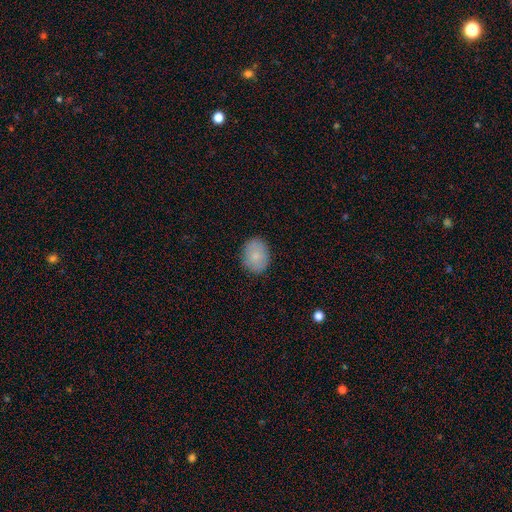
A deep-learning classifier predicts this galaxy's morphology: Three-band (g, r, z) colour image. It shows a smooth galaxy with no disk features (81%) that is in between round and cigar-shaped (59%). Merging: none (86%).